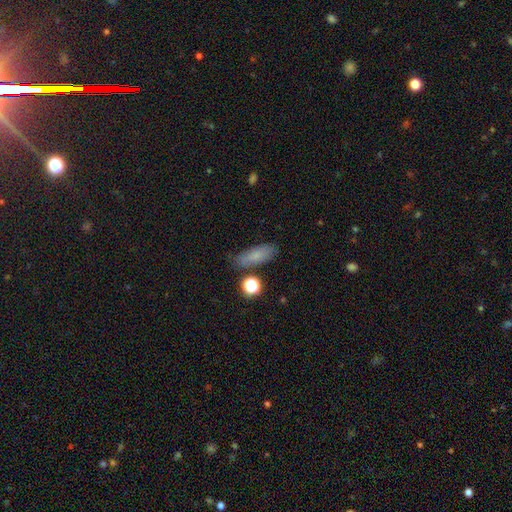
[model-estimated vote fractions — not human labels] smooth 76%, featured or disk 13%, star or artifact 11%. Down the decision tree: how rounded — in between (66%); merging — none (76%).